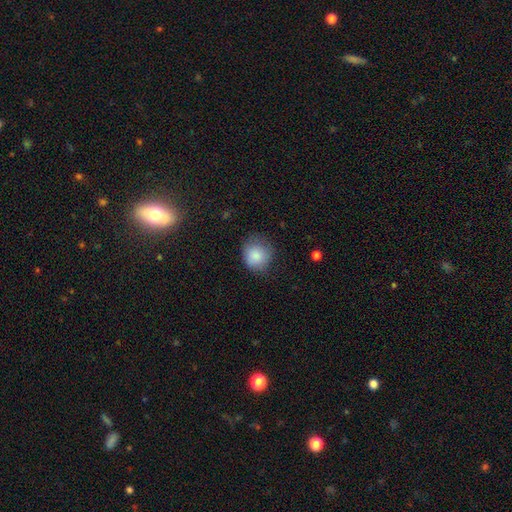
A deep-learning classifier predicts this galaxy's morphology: A smooth galaxy with no disk features (85%) that is round (84%).

Vote fractions:
- Smooth or featured? smooth: 85% / star or artifact: 8% / featured or disk: 7%
- How rounded? round: 84% / in between: 16% / cigar-shaped: 1%
- Merging? none: 67% / minor disturbance: 25% / major disturbance: 7% / merger: 1%